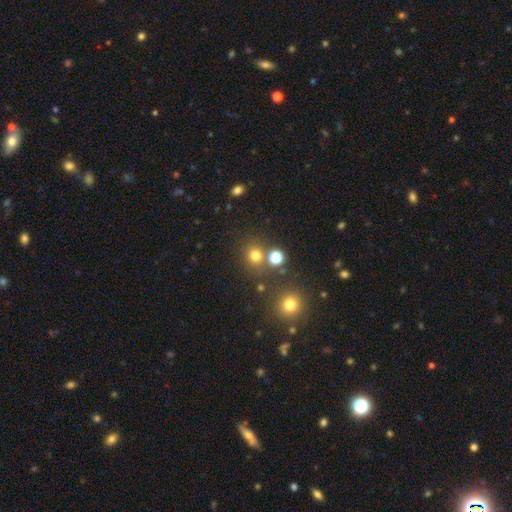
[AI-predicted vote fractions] This is likely a smooth galaxy (74%). How rounded: clearly round (85%). Merging: likely none (75%).